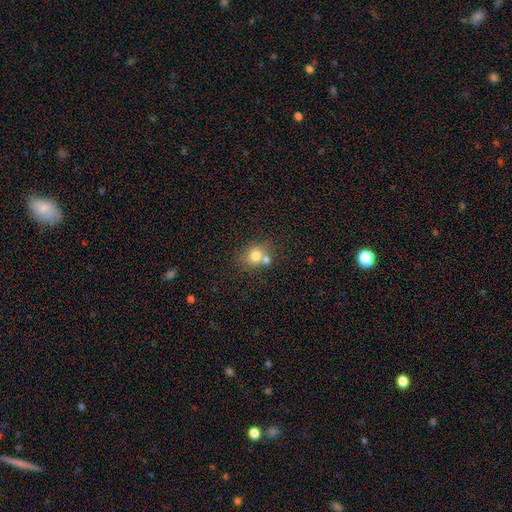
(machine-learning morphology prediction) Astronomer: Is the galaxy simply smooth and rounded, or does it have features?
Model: smooth — 75%.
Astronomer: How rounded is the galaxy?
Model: round — 69%.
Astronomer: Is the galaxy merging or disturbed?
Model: none — 47% (runner-up: merger, 37%).